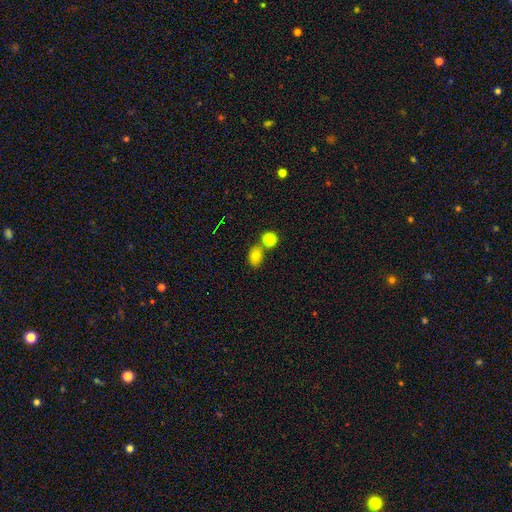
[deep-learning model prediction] This appears to be a smooth galaxy with no disk features (78%) that is in between round and cigar-shaped (71%). Merging: none (64%).